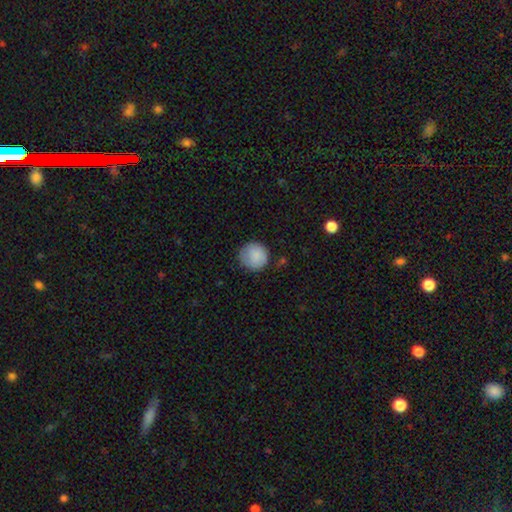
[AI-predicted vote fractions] A smooth galaxy with no disk features (87%) that is round (94%).

Vote fractions:
- Smooth or featured? smooth: 87% / star or artifact: 7% / featured or disk: 6%
- How rounded? round: 94% / in between: 5% / cigar-shaped: 1%
- Merging? none: 78% / minor disturbance: 16% / major disturbance: 4% / merger: 2%